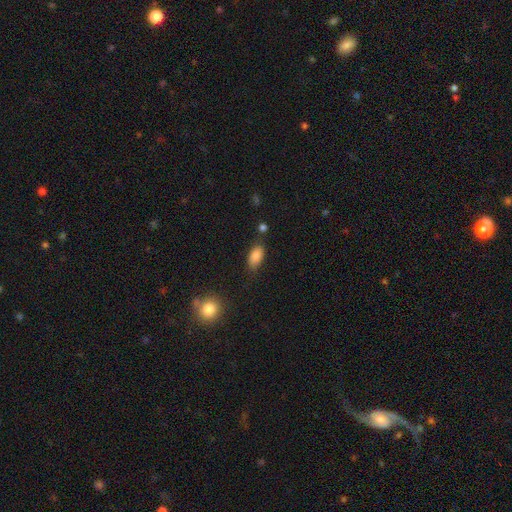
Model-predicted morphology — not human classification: A smooth galaxy with no disk features (84%) that is in between round and cigar-shaped (91%).

Vote fractions:
- Smooth or featured? smooth: 84% / star or artifact: 9% / featured or disk: 7%
- How rounded? in between: 91% / cigar-shaped: 5% / round: 4%
- Merging? none: 77% / minor disturbance: 15% / merger: 4% / major disturbance: 3%